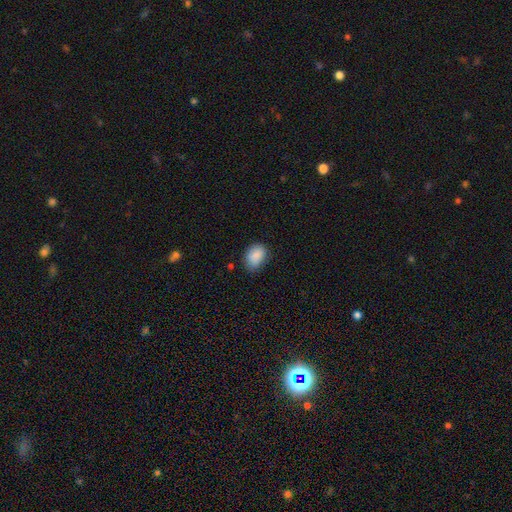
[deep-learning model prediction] Smooth or featured? smooth (88%)
How rounded? in between (74%)
Merging? none (69%)